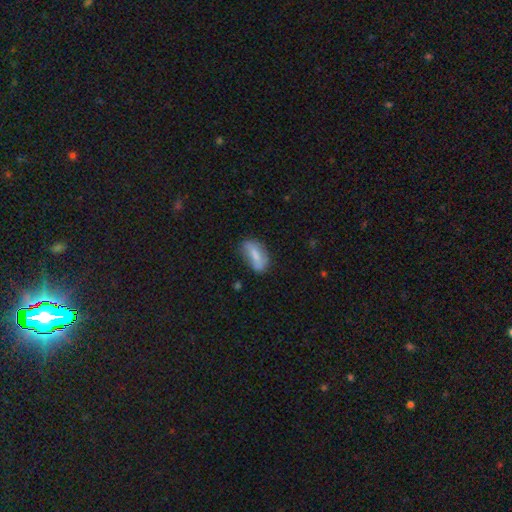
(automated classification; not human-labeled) Smooth or featured: smooth — 69% (featured or disk — 24%)
How rounded: in between — 86% (cigar-shaped — 10%)
Merging: none — 56% (minor disturbance — 29%)